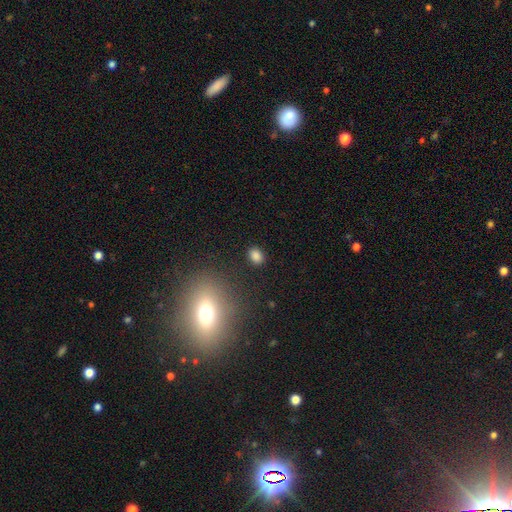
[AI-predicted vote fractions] This is clearly a smooth galaxy (83%). How rounded: likely in between (66%). Merging: clearly none (86%).